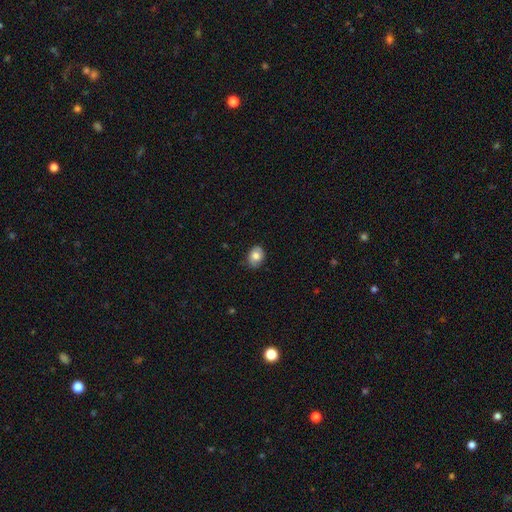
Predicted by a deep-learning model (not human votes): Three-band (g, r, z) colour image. It shows a smooth galaxy with no disk features (78%) that is in between round and cigar-shaped (65%). Merging: none (78%).